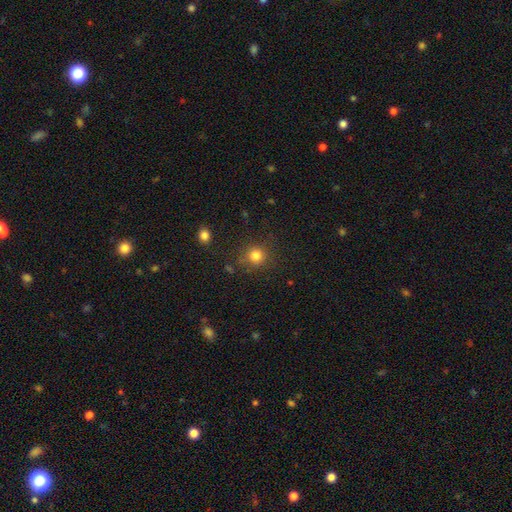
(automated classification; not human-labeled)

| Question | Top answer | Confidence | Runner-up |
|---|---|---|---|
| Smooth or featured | smooth | 81% | star or artifact (13%) |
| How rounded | round | 91% | in between (8%) |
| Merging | none | 82% | minor disturbance (11%) |